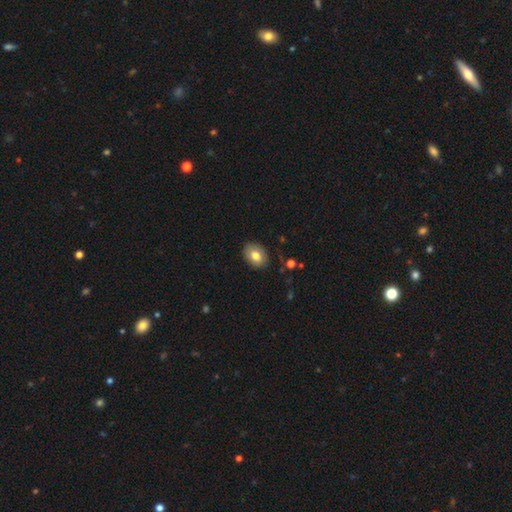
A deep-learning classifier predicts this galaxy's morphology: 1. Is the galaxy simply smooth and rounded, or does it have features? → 78% smooth, 14% featured or disk, 8% star or artifact.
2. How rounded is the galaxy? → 70% in between, 29% round, 1% cigar-shaped.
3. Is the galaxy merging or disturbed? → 86% none, 11% minor disturbance, 2% major disturbance, 1% merger.